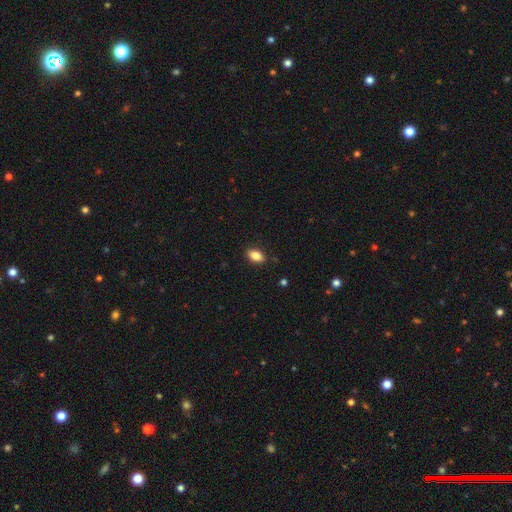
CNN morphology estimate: Smooth or featured? smooth (84%)
How rounded? in between (87%)
Merging? none (86%)